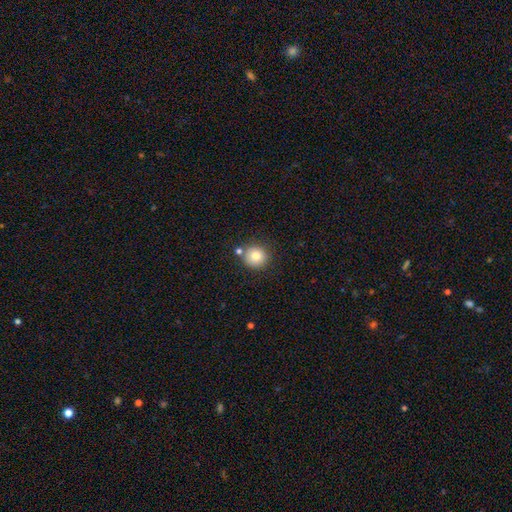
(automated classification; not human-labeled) smooth 81%, star or artifact 10%, featured or disk 9%. Down the decision tree: how rounded — round (92%); merging — none (77%).